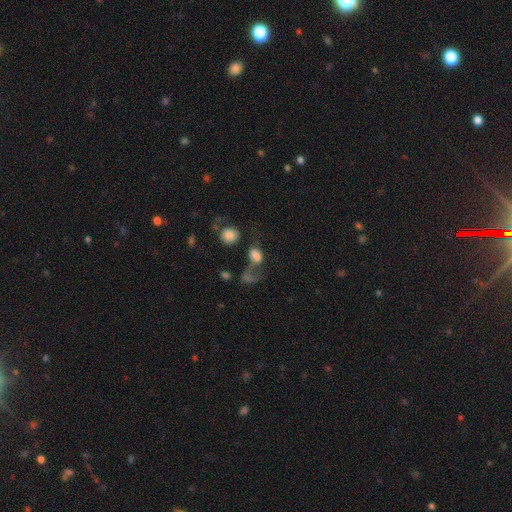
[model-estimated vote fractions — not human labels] This is likely a smooth galaxy (65%). How rounded: likely in between (67%). Merging: marginally major disturbance (36%).